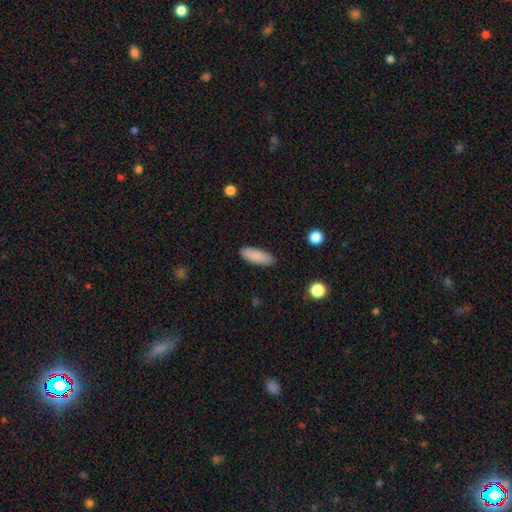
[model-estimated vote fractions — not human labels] Morphology: type=smooth (87%); roundness=in between (70%); merging=none (88%).